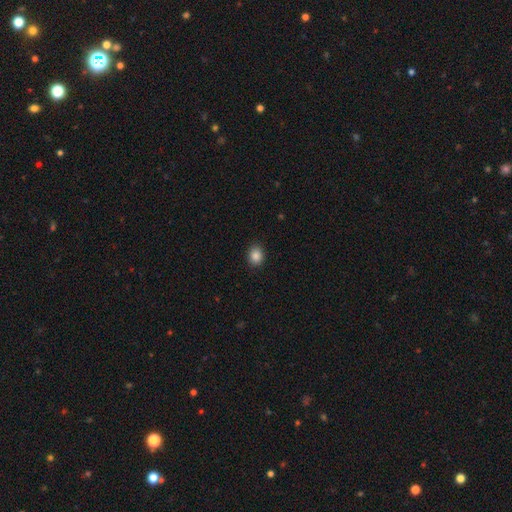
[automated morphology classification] Smooth or featured? smooth (87%)
How rounded? round (55%)
Merging? none (89%)